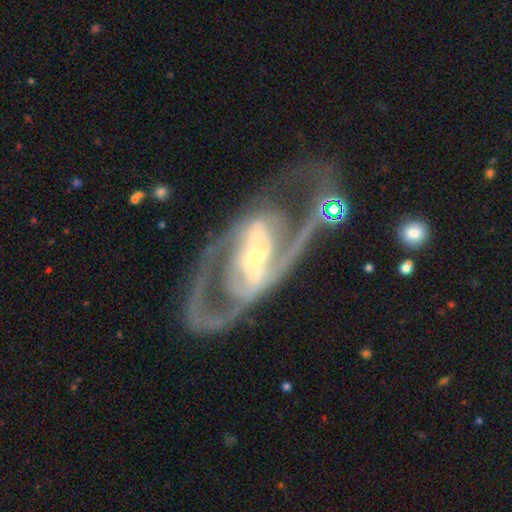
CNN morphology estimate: Smooth or featured: featured or disk — 89% (smooth — 6%)
Edge-on disk: no — 94% (yes — 6%)
Bar: strong — 48% (weak — 33%)
Spiral arms: yes — 92% (no — 8%)
Spiral winding: medium — 51% (tight — 27%)
Spiral arm count: 2 — 80% (can't tell — 8%)
Bulge size: small — 51% (moderate — 40%)
Merging: none — 53% (major disturbance — 23%)